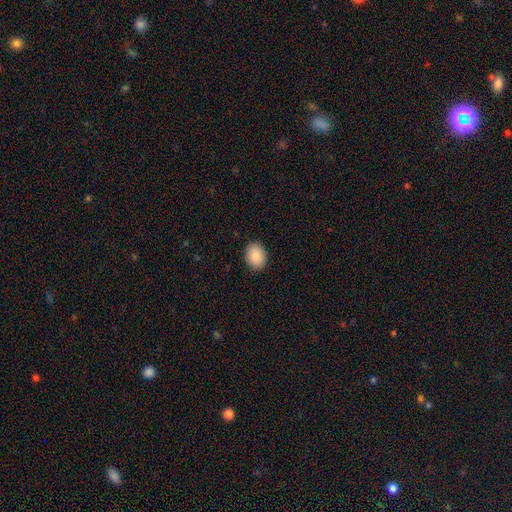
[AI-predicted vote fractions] Overall: smooth (90%). How rounded: in between (59%; round 40%). Merging: none (90%).